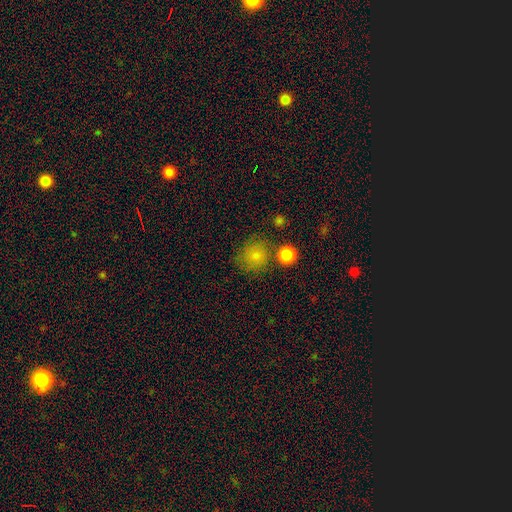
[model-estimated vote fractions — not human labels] Overall: smooth (81%). How rounded: round (86%). Merging: none (69%).